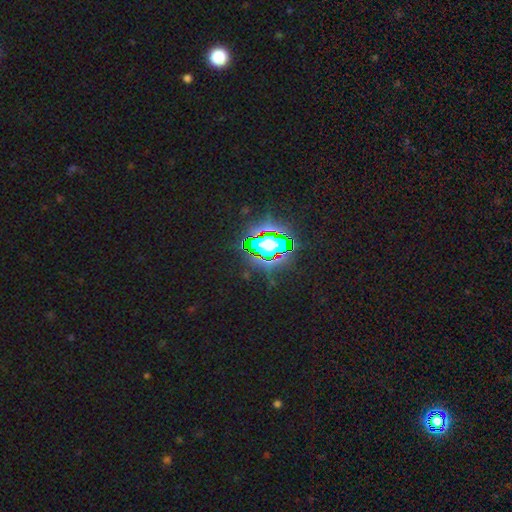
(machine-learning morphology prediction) The model was most divided on "smooth or featured": star or artifact: 73%, smooth: 16%, featured or disk: 11%.